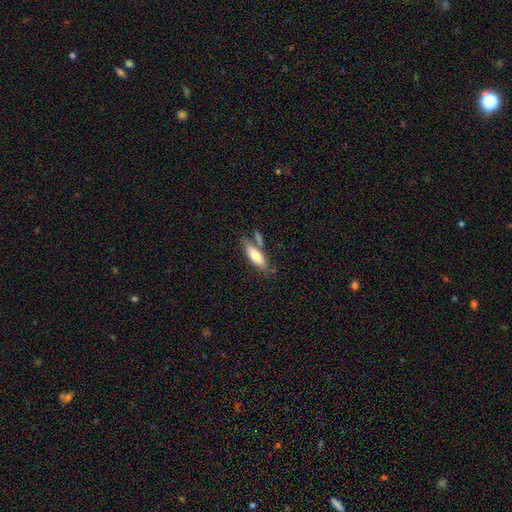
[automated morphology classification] This is likely a smooth galaxy (67%). How rounded: possibly in between (50%). Merging: likely none (61%).